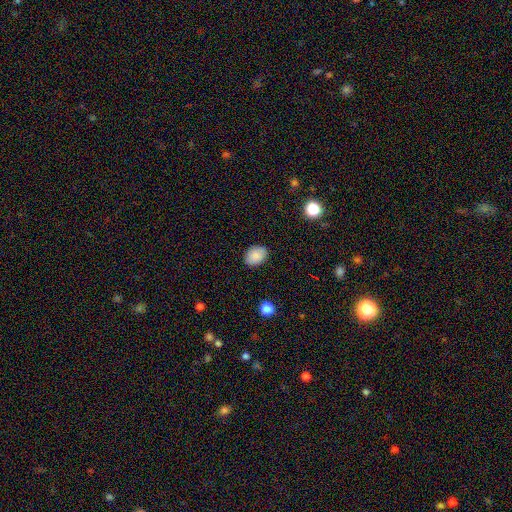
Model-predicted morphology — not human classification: Q: Smooth or featured?
A: smooth (87%); runner-up: star or artifact (8%)
Q: How rounded?
A: in between (75%); runner-up: round (24%)
Q: Merging?
A: none (87%); runner-up: minor disturbance (10%)